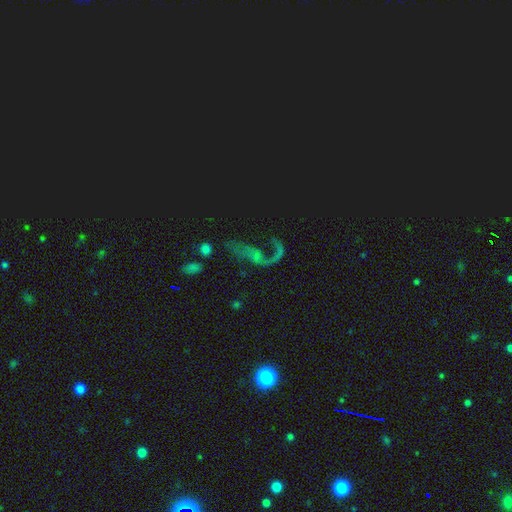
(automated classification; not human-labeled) Smooth or featured?
  - featured or disk: 56% *
  - star or artifact: 26%
  - smooth: 19%
Edge-on disk?
  - no: 94% *
  - yes: 6%
Bar?
  - no: 70% *
  - weak: 22%
  - strong: 9%
Spiral arms?
  - yes: 69% *
  - no: 31%
Bulge size?
  - small: 42% *
  - none: 37%
  - moderate: 15%
  - large: 4%
  - dominant: 3%
Merging?
  - major disturbance: 40% *
  - none: 34%
  - minor disturbance: 14%
  - merger: 12%